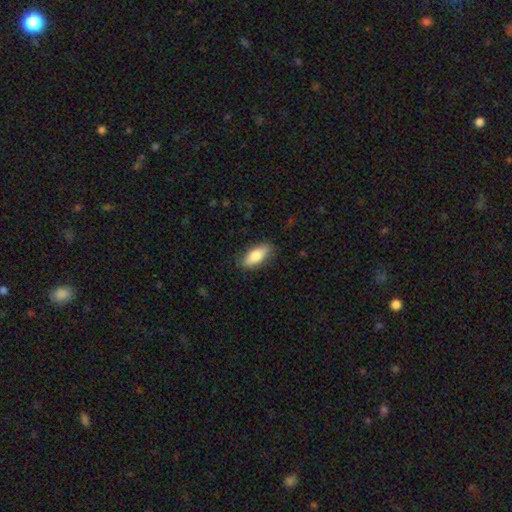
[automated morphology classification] Smooth or featured? Predicted: smooth (p=0.78). How rounded? Predicted: in between (p=0.82). Merging? Predicted: none (p=0.82).